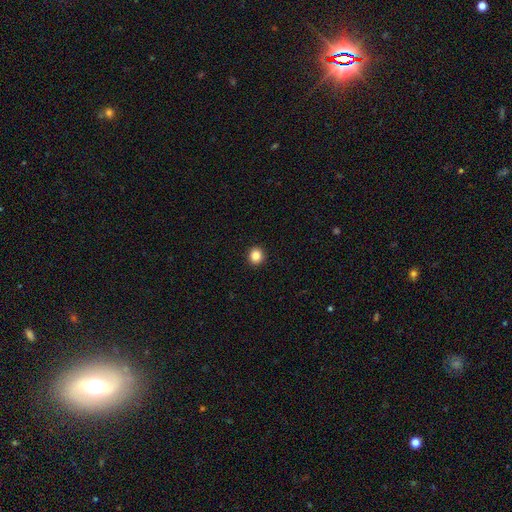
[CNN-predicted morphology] type=smooth (86%); roundness=round (88%); merging=none (93%).